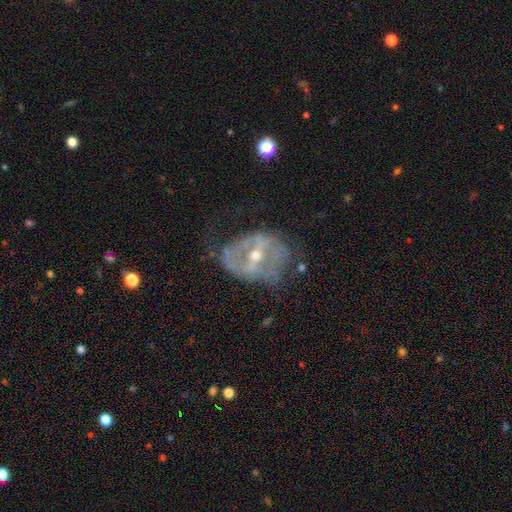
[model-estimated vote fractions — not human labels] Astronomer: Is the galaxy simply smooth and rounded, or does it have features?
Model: featured or disk — 79%.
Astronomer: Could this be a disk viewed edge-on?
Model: no — 94%.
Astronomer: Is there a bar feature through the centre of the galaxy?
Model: strong — 55%.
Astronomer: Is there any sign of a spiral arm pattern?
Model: yes — 51% (runner-up: no, 49%).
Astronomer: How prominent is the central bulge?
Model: small — 49% (runner-up: moderate, 47%).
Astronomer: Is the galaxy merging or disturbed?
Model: none — 46% (runner-up: major disturbance, 26%).